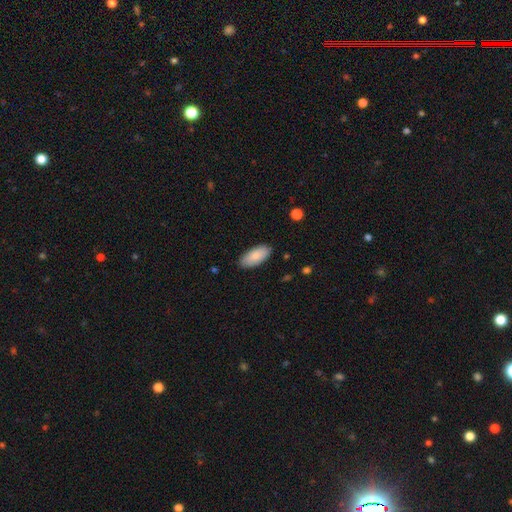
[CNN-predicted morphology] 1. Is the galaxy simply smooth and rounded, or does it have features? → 85% smooth, 9% featured or disk, 6% star or artifact.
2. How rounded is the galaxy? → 92% in between, 7% cigar-shaped, 2% round.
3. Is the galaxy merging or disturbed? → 86% none, 10% minor disturbance, 2% major disturbance, 1% merger.